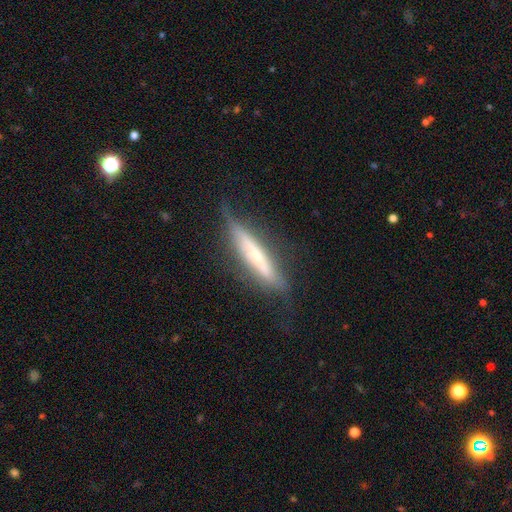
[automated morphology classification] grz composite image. It shows a featured or disk galaxy (56%) viewed edge-on (84%). Merging: none (64%).